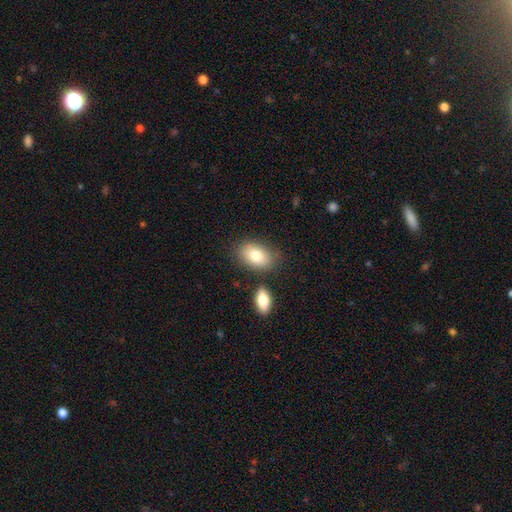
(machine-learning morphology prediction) This appears to be a smooth galaxy with no disk features (81%) that is in between round and cigar-shaped (90%). Merging: none (75%).